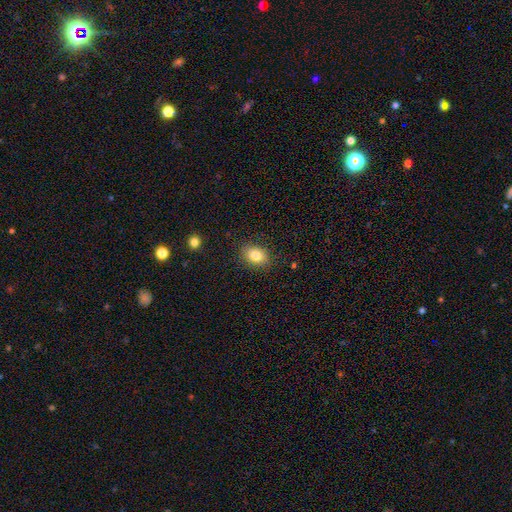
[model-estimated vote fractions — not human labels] Q: Smooth or featured?
A: smooth (81%); runner-up: star or artifact (9%)
Q: How rounded?
A: in between (68%); runner-up: round (31%)
Q: Merging?
A: none (85%); runner-up: minor disturbance (11%)